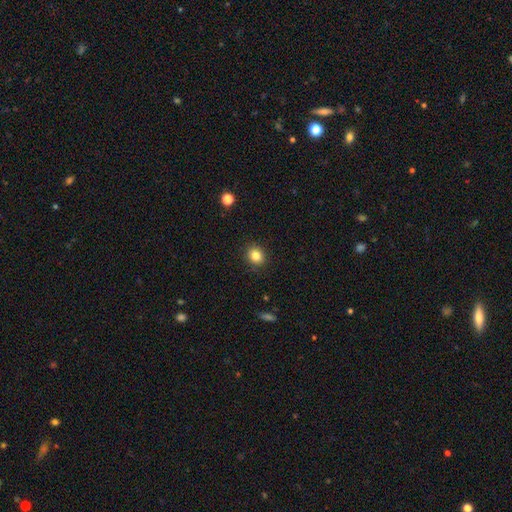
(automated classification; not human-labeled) A smooth galaxy with no disk features (84%) that is round (74%).

Vote fractions:
- Smooth or featured? smooth: 84% / star or artifact: 11% / featured or disk: 5%
- How rounded? round: 74% / in between: 25% / cigar-shaped: 1%
- Merging? none: 90% / minor disturbance: 7% / major disturbance: 2% / merger: 1%